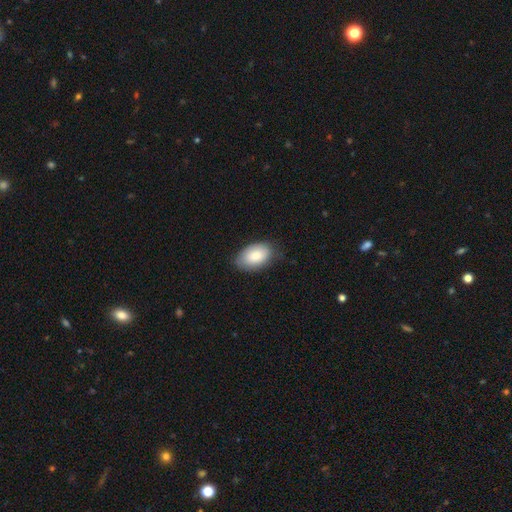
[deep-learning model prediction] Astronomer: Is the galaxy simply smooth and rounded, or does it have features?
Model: smooth — 83%.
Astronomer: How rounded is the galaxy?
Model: in between — 93%.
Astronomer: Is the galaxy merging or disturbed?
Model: none — 76%.